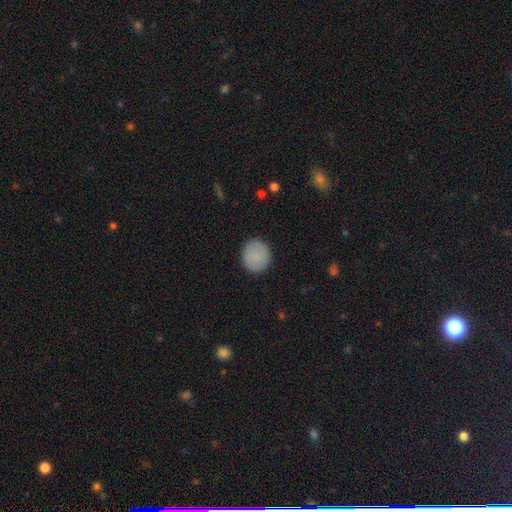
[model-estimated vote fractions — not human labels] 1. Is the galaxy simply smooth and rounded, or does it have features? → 85% smooth, 8% featured or disk, 7% star or artifact.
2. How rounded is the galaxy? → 87% round, 12% in between, 1% cigar-shaped.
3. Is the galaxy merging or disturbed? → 89% none, 8% minor disturbance, 2% major disturbance, 1% merger.